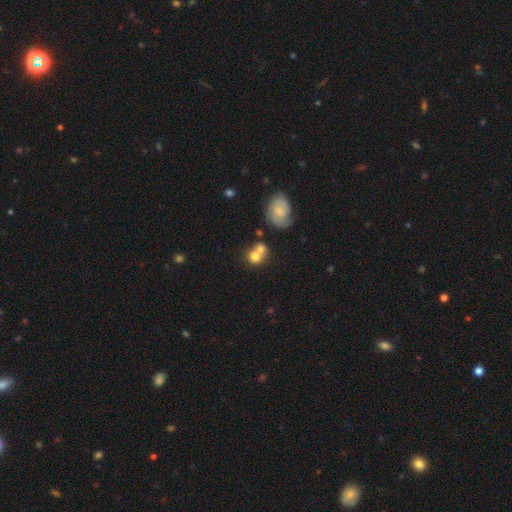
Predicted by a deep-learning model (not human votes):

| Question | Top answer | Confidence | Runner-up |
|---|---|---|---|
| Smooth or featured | smooth | 72% | featured or disk (18%) |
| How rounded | round | 75% | in between (24%) |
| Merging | merger | 53% | none (34%) |